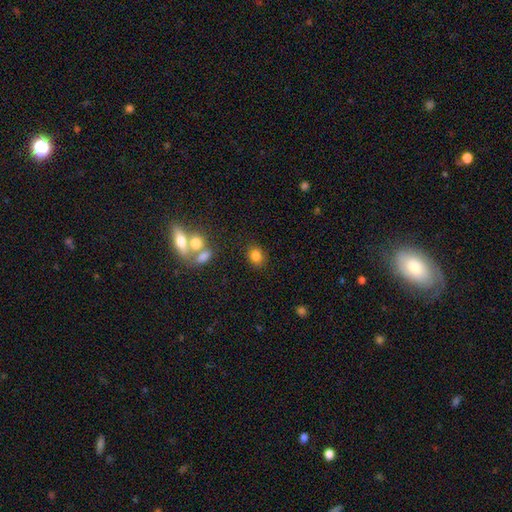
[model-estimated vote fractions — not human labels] Smooth or featured? Predicted: smooth (p=0.82). How rounded? Predicted: round (p=0.55). Merging? Predicted: none (p=0.78).